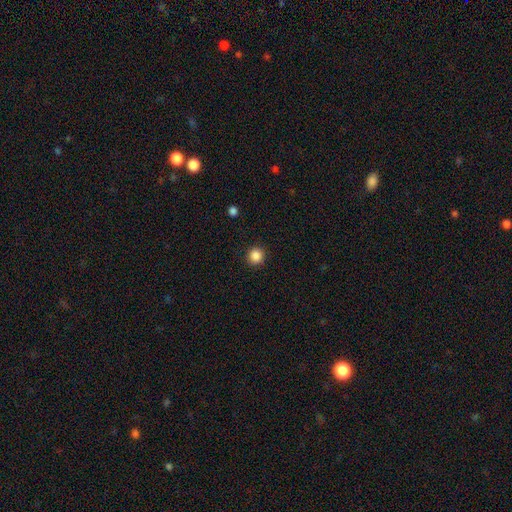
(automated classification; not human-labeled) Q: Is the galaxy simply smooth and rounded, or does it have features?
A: smooth — 86%.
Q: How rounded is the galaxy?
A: round — 94%.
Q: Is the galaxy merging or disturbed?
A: none — 92%.